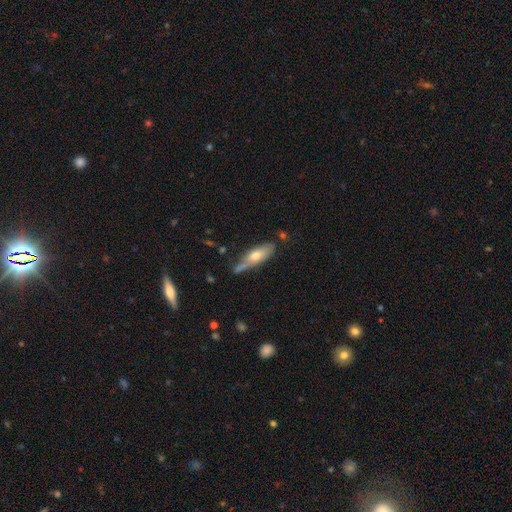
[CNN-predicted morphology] Overall: smooth (59%; featured or disk 34%). How rounded: in between (55%; cigar-shaped 43%). Merging: none (56%; minor disturbance 27%).